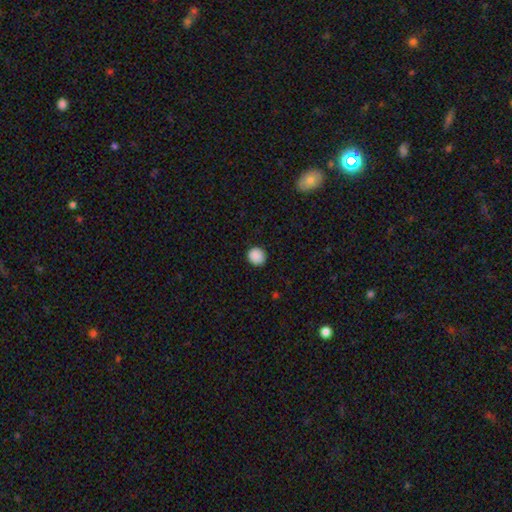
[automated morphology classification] This is clearly a smooth galaxy (89%). How rounded: clearly round (90%). Merging: clearly none (89%).